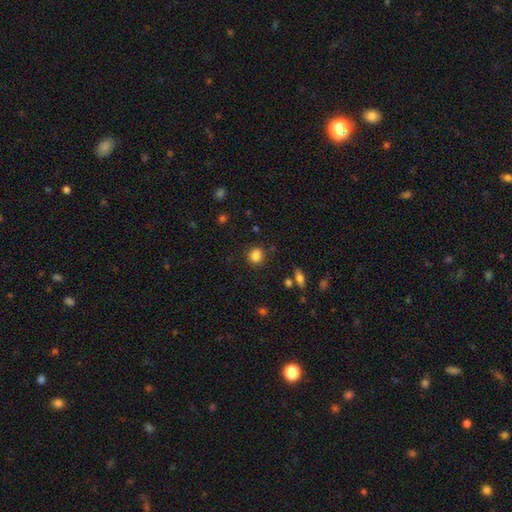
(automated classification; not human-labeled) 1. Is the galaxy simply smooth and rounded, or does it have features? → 84% smooth, 10% star or artifact, 5% featured or disk.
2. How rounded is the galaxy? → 75% round, 24% in between, 1% cigar-shaped.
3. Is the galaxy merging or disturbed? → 83% none, 11% minor disturbance, 4% merger, 3% major disturbance.